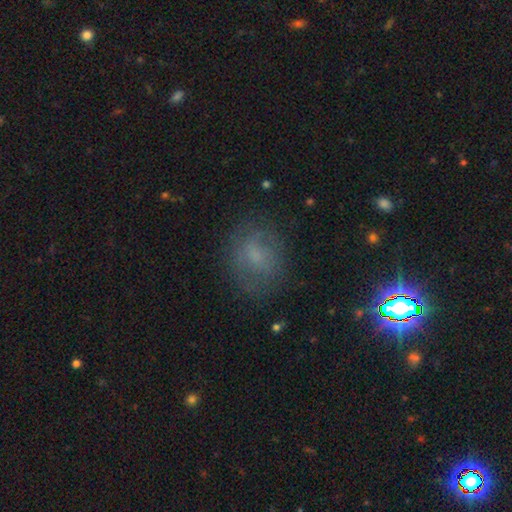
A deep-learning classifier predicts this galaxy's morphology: Smooth or featured? Predicted: smooth (p=0.52). How rounded? Predicted: round (p=0.56). Merging? Predicted: none (p=0.71).